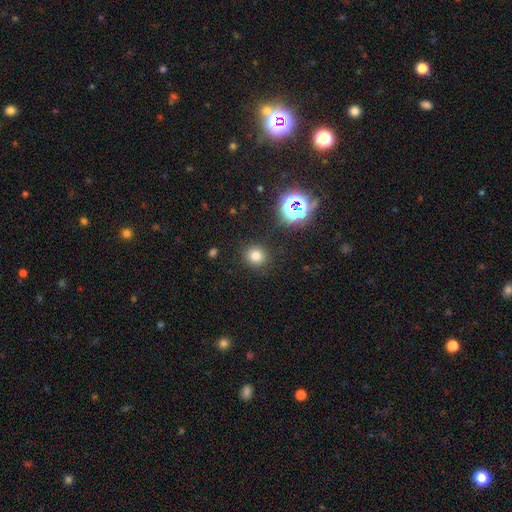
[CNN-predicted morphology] type=smooth (75%); roundness=round (86%); merging=none (88%).